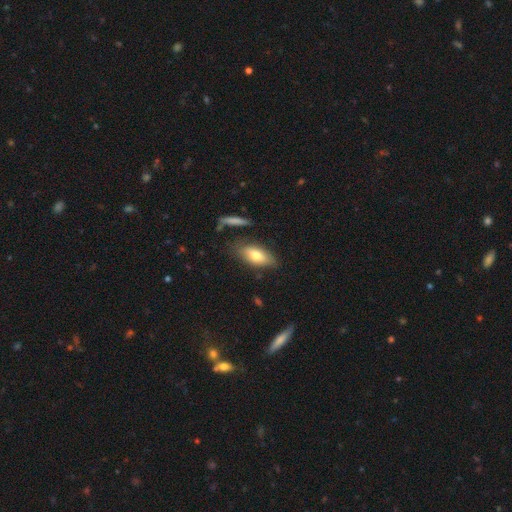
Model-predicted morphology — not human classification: The model was most divided on "smooth or featured": smooth: 72%, featured or disk: 21%, star or artifact: 7%. More confident: how rounded — in between (81%); merging — none (72%).